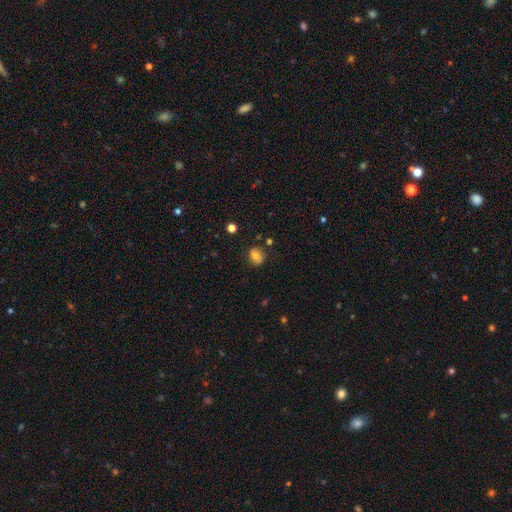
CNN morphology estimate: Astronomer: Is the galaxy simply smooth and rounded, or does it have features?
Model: smooth — 77%.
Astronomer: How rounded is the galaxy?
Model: round — 52% (runner-up: in between, 47%).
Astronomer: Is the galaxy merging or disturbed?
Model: none — 79%.